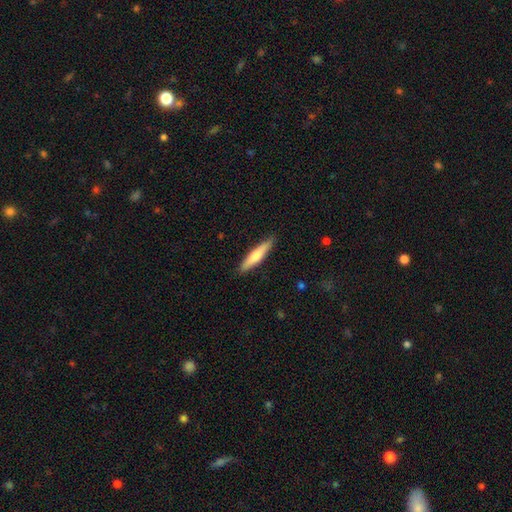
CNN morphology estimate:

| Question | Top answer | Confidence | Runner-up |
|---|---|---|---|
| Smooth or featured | smooth | 62% | featured or disk (33%) |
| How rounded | cigar-shaped | 88% | in between (11%) |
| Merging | none | 89% | minor disturbance (9%) |